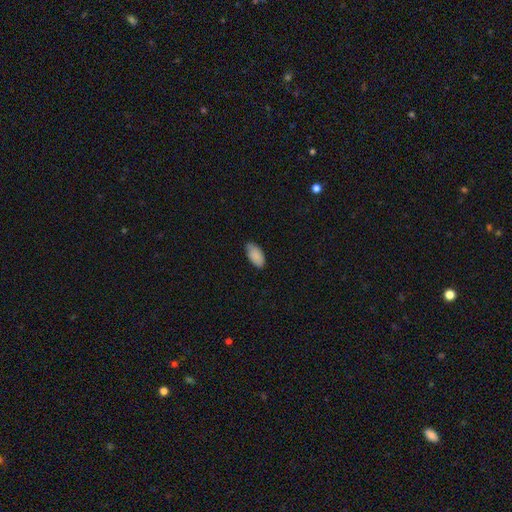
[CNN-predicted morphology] A smooth galaxy with no disk features (87%) that is in between round and cigar-shaped (95%). Merging: none (76%).